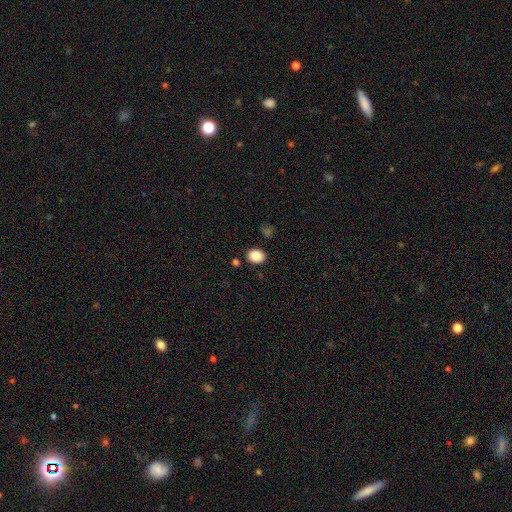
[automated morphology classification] type=smooth (86%); roundness=in between (60%); merging=none (86%).